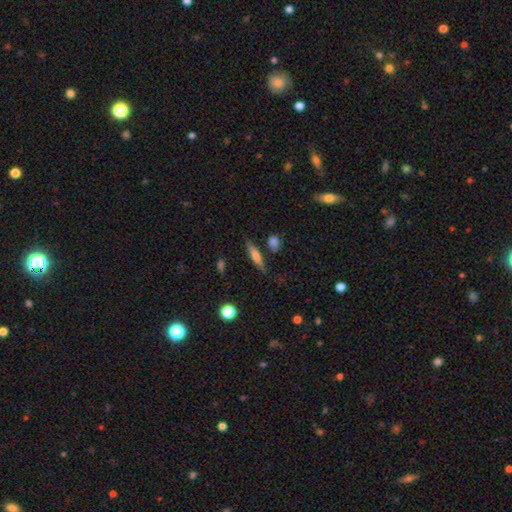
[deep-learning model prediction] This appears to be a smooth galaxy with no disk features (63%) that is cigar-shaped (68%). Merging: none (72%).